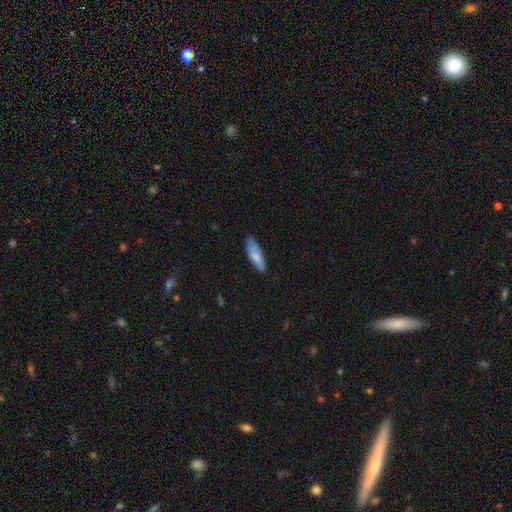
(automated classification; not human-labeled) This is likely a smooth galaxy (77%). How rounded: possibly in between (55%). Merging: likely none (71%).